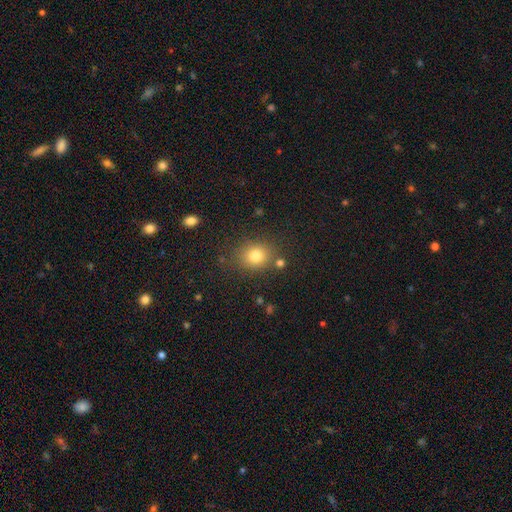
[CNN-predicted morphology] A smooth galaxy with no disk features (78%) that is round (68%).

Vote fractions:
- Smooth or featured? smooth: 78% / star or artifact: 14% / featured or disk: 8%
- How rounded? round: 68% / in between: 31% / cigar-shaped: 1%
- Merging? none: 80% / minor disturbance: 11% / merger: 6% / major disturbance: 4%